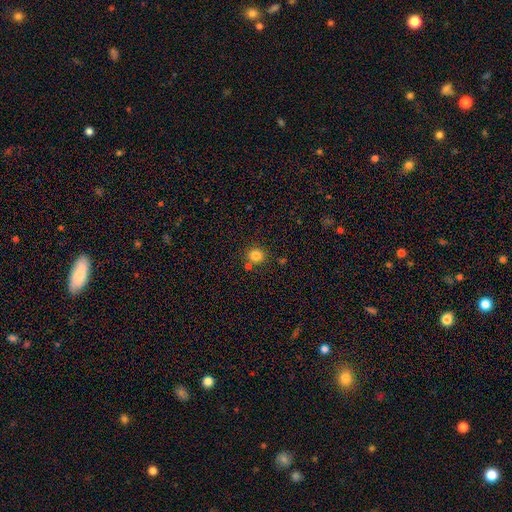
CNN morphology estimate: The model was most divided on "merging": none: 77%, merger: 12%, minor disturbance: 9%, major disturbance: 3%. More confident: how rounded — round (85%); smooth or featured — smooth (83%).